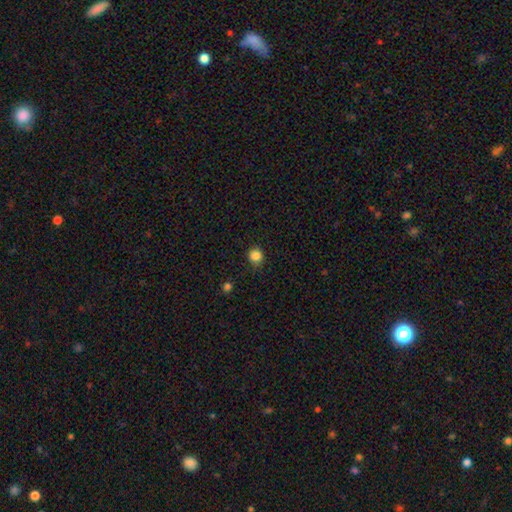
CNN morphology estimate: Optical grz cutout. It shows a smooth galaxy with no disk features (85%) that is round (88%). Merging: none (81%).